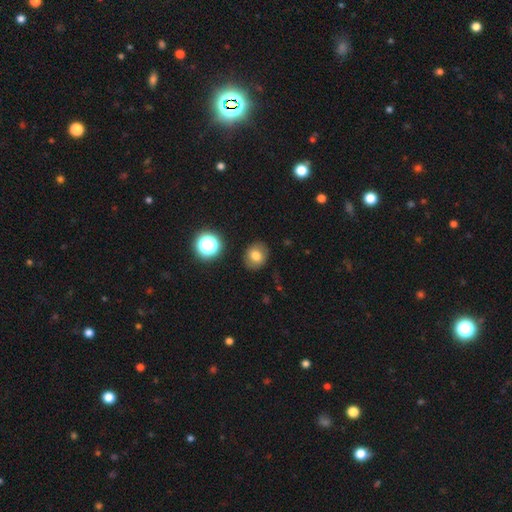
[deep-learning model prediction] Smooth or featured? smooth (73%)
How rounded? round (65%)
Merging? none (85%)